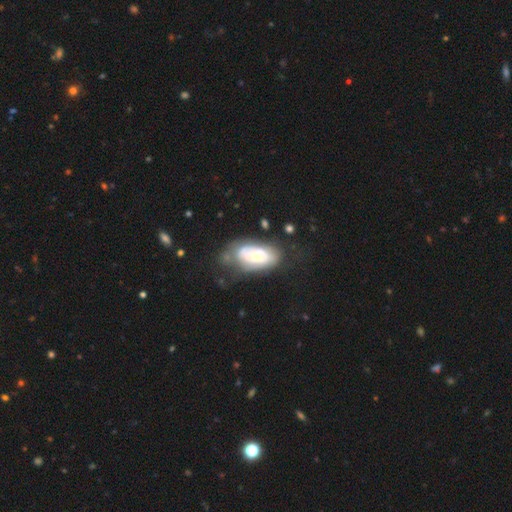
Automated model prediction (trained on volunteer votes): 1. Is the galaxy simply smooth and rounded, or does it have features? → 50% featured or disk, 43% smooth, 7% star or artifact.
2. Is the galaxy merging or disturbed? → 49% none, 28% minor disturbance, 18% major disturbance, 6% merger.